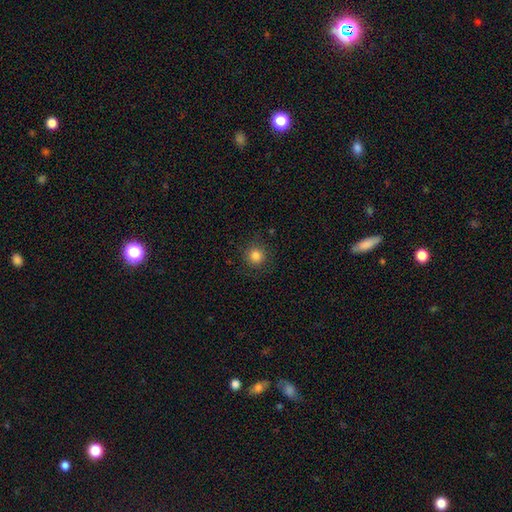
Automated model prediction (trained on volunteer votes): smooth-or-featured: smooth: 83% | star or artifact: 12% | featured or disk: 5%
  how-rounded: round: 94% | in between: 5% | cigar-shaped: 1%
  merging: none: 88% | minor disturbance: 8% | major disturbance: 3% | merger: 1%